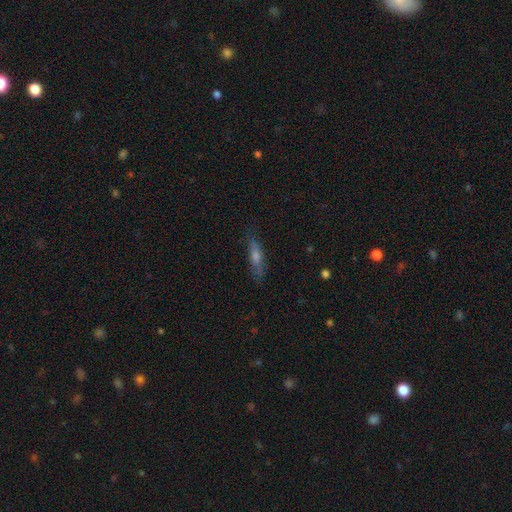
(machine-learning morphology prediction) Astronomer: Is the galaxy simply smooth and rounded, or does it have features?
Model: smooth — 45% (runner-up: featured or disk, 43%).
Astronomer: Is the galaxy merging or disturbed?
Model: none — 80%.